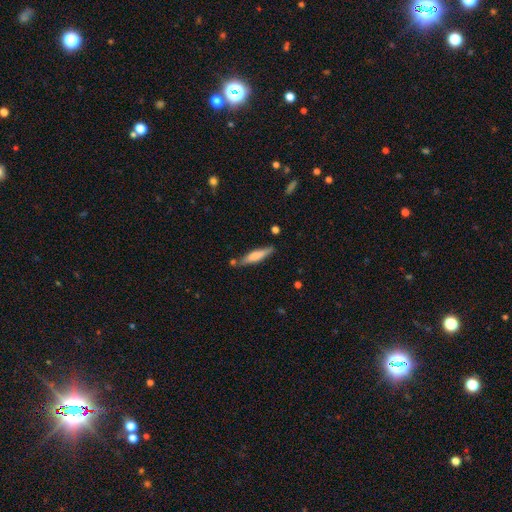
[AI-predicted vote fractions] Smooth or featured? smooth (62%)
How rounded? cigar-shaped (80%)
Merging? none (76%)